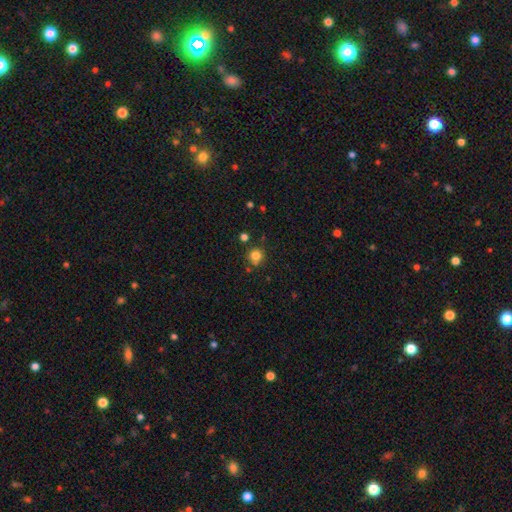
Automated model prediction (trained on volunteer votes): A smooth galaxy with no disk features (81%) that is round (90%). Merging: none (77%).